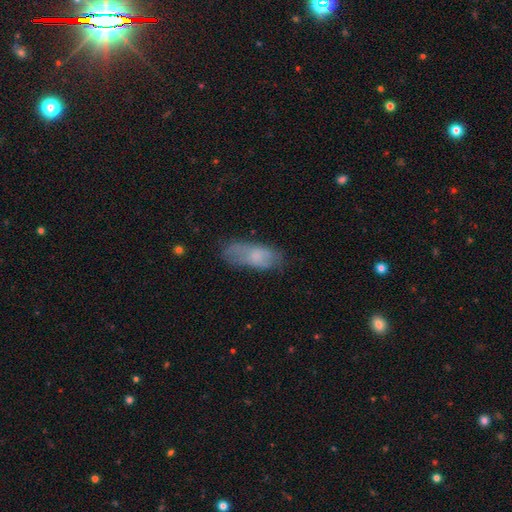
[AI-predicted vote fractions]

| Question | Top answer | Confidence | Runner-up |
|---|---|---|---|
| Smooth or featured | smooth | 67% | featured or disk (25%) |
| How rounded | in between | 79% | cigar-shaped (18%) |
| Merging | none | 58% | minor disturbance (27%) |